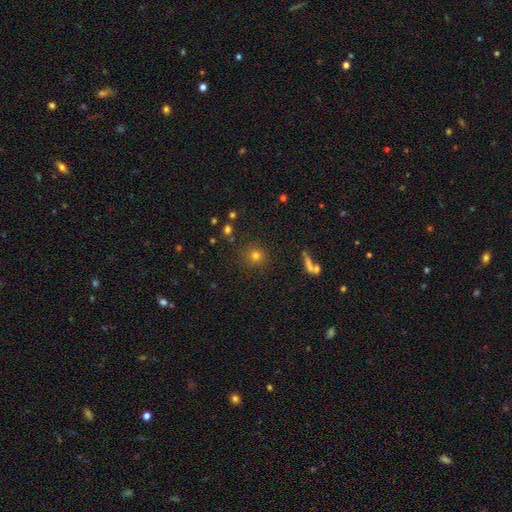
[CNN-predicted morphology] Smooth or featured: smooth — 75% (star or artifact — 16%)
How rounded: round — 92% (in between — 7%)
Merging: none — 85% (minor disturbance — 8%)